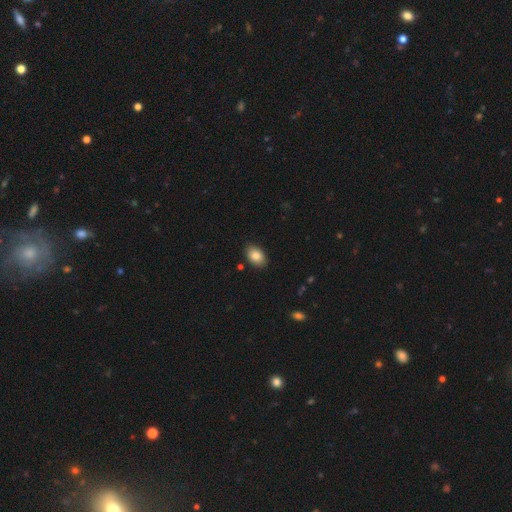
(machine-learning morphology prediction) Smooth or featured?
  - smooth: 85% *
  - featured or disk: 8%
  - star or artifact: 8%
How rounded?
  - in between: 88% *
  - round: 11%
  - cigar-shaped: 1%
Merging?
  - none: 87% *
  - minor disturbance: 10%
  - major disturbance: 2%
  - merger: 1%